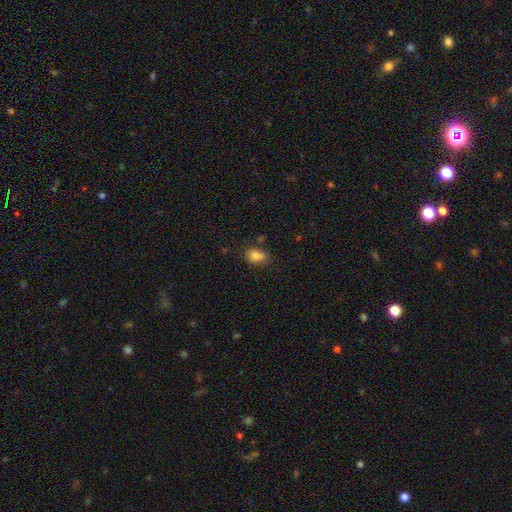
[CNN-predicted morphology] Smooth or featured? smooth (80%)
How rounded? in between (70%)
Merging? none (66%)